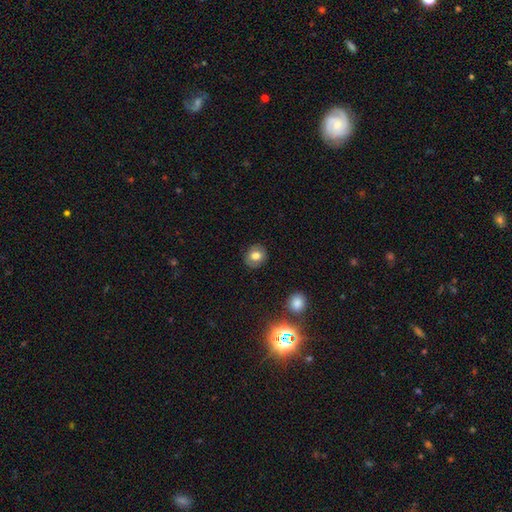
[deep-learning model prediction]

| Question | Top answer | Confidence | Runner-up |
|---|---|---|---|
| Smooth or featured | smooth | 74% | featured or disk (17%) |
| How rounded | round | 75% | in between (24%) |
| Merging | none | 87% | minor disturbance (9%) |